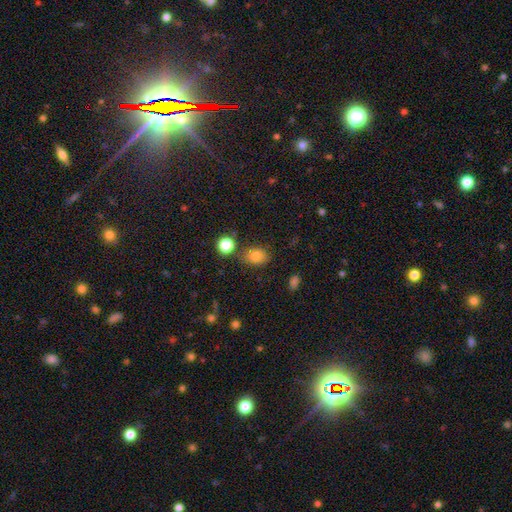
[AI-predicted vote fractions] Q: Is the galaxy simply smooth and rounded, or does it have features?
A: smooth — 81%.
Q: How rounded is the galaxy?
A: in between — 52%.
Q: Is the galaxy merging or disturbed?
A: none — 77%.